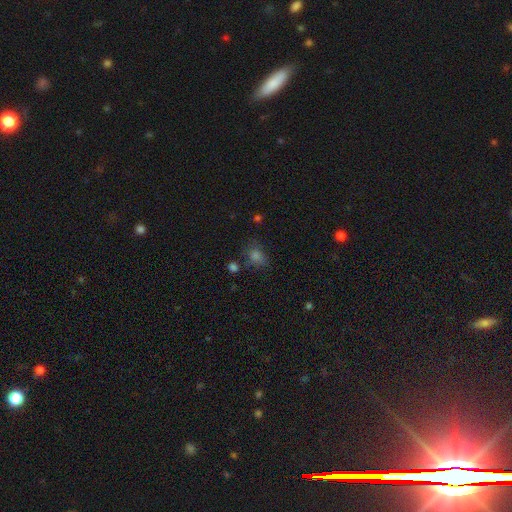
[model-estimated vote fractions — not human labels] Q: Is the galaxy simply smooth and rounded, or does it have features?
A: smooth — 64%.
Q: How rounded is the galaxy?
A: in between — 52%.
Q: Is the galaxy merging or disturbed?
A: none — 67%.